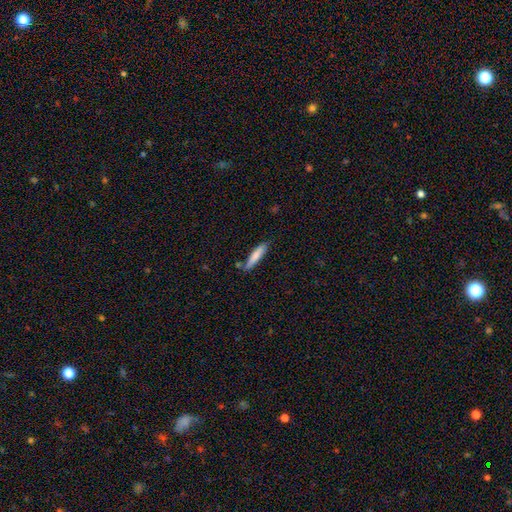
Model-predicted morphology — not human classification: smooth_or_featured: smooth (p=0.77) [alt: featured or disk p=0.17]
how_rounded: cigar-shaped (p=0.82) [alt: in between p=0.17]
merging: none (p=0.76) [alt: minor disturbance p=0.16]